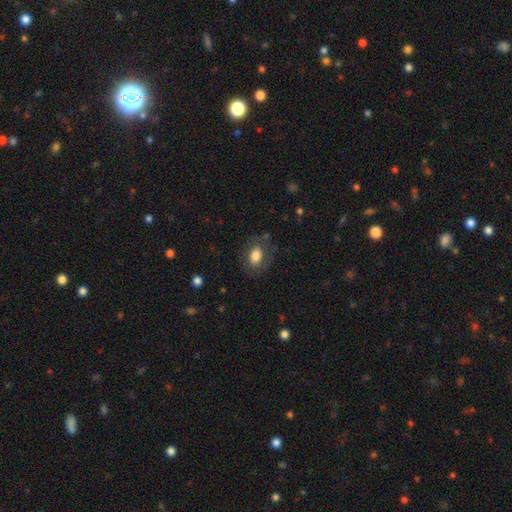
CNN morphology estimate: The model was most divided on "how rounded": in between: 79%, round: 20%, cigar-shaped: 1%. More confident: merging — none (76%); smooth or featured — smooth (76%).